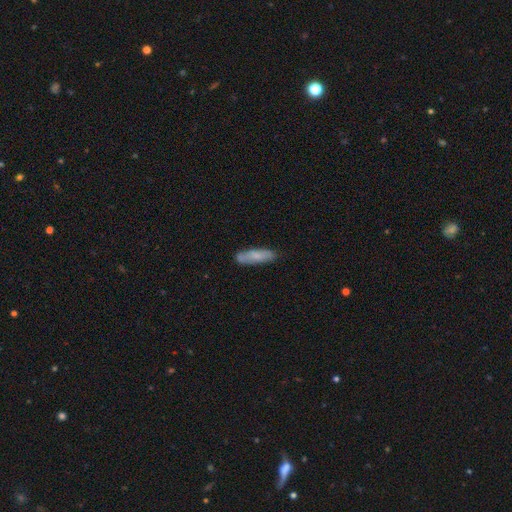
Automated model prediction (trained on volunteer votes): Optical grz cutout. It shows a smooth galaxy with no disk features (74%) that is cigar-shaped (66%). Merging: none (78%).